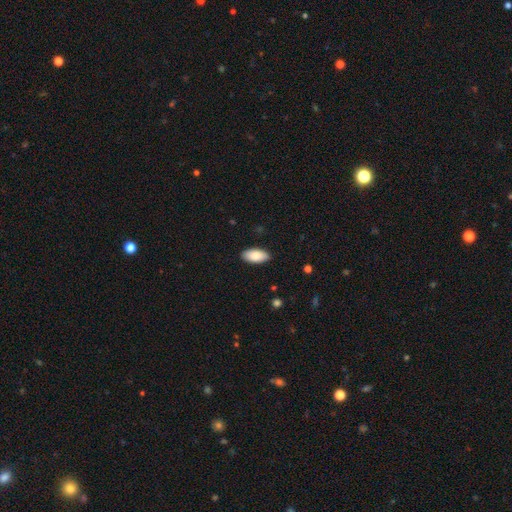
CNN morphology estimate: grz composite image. It shows a smooth galaxy with no disk features (86%) that is in between round and cigar-shaped (93%). Merging: none (89%).